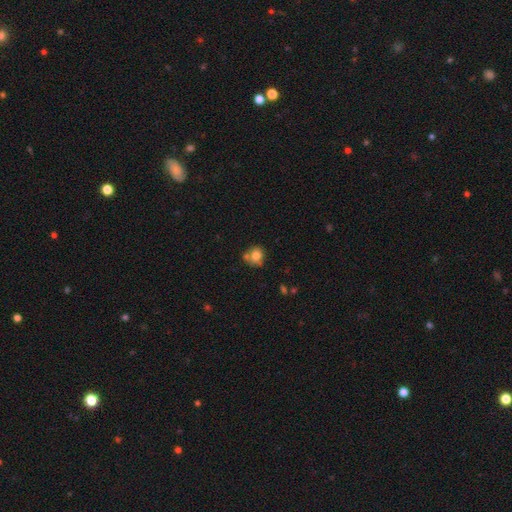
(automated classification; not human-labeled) Overall: smooth (76%). How rounded: round (82%). Merging: none (54%; merger 22%).